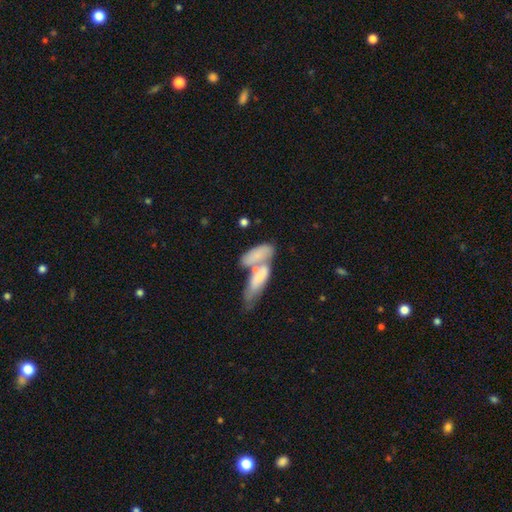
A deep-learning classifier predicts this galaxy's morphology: Q: Smooth or featured?
A: smooth (67%); runner-up: featured or disk (27%)
Q: How rounded?
A: in between (71%); runner-up: cigar-shaped (25%)
Q: Merging?
A: merger (62%); runner-up: none (22%)